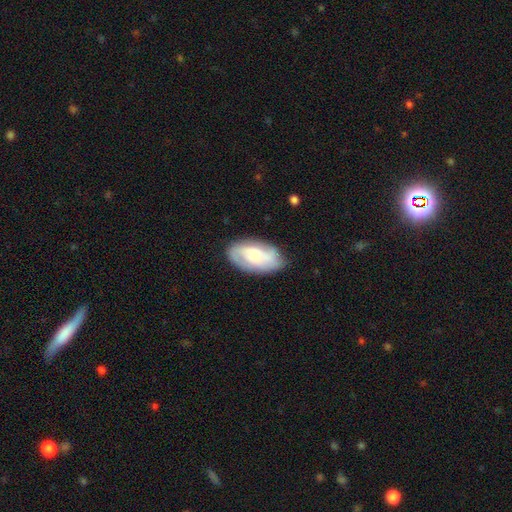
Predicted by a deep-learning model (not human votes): Smooth or featured? Predicted: featured or disk (p=0.55). Edge-on disk? Predicted: no (p=0.94). Bar? Predicted: no (p=0.60). Spiral arms? Predicted: yes (p=0.79). Bulge size? Predicted: moderate (p=0.46). Merging? Predicted: none (p=0.74).